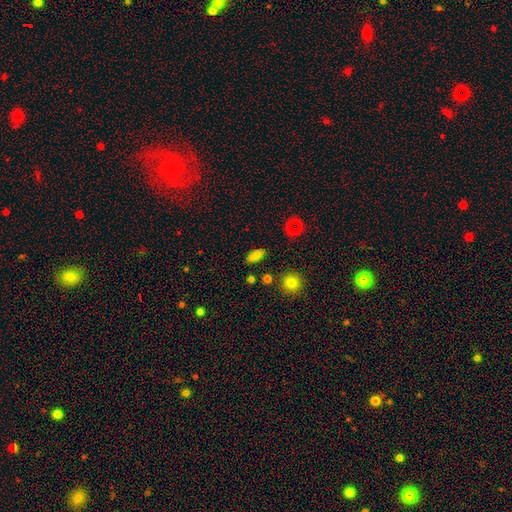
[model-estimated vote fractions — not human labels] This appears to be a smooth galaxy with no disk features (81%) that is in between round and cigar-shaped (85%). Merging: none (86%).